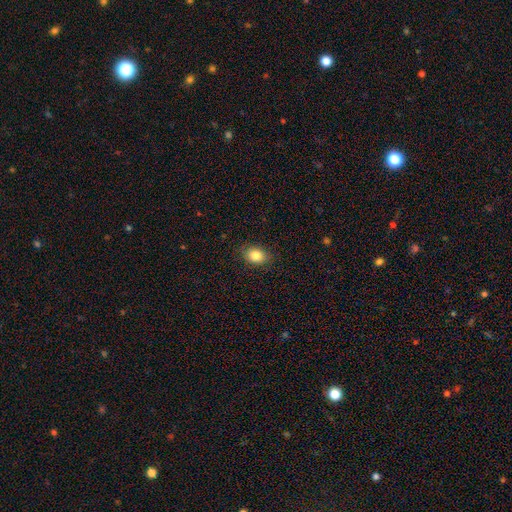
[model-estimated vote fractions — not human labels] smooth-or-featured: smooth: 84% | star or artifact: 9% | featured or disk: 7%
  how-rounded: in between: 70% | round: 28% | cigar-shaped: 1%
  merging: none: 87% | minor disturbance: 10% | major disturbance: 3% | merger: 1%